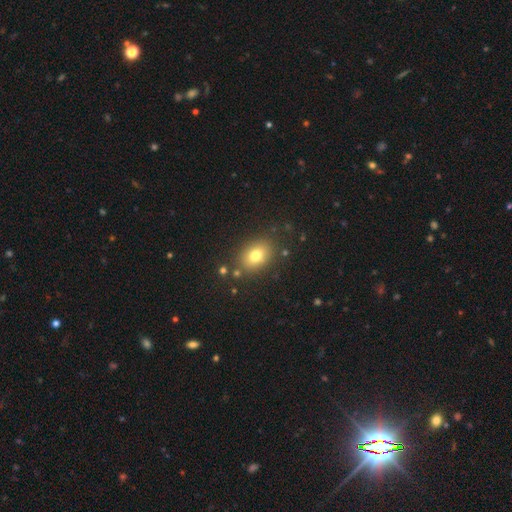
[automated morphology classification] Overall: smooth (77%). How rounded: in between (68%; round 30%). Merging: none (83%).